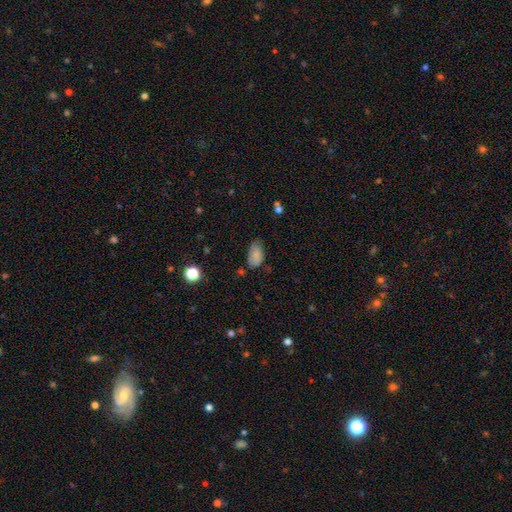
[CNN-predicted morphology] This appears to be a smooth galaxy with no disk features (81%) that is in between round and cigar-shaped (92%). Merging: none (57%).